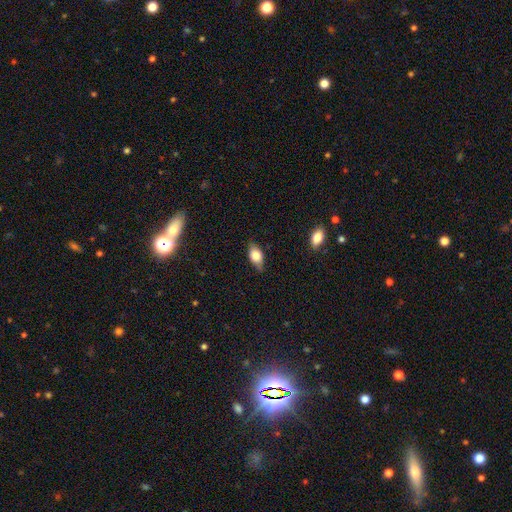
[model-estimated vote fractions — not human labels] Smooth or featured? smooth (75%)
How rounded? in between (86%)
Merging? none (77%)